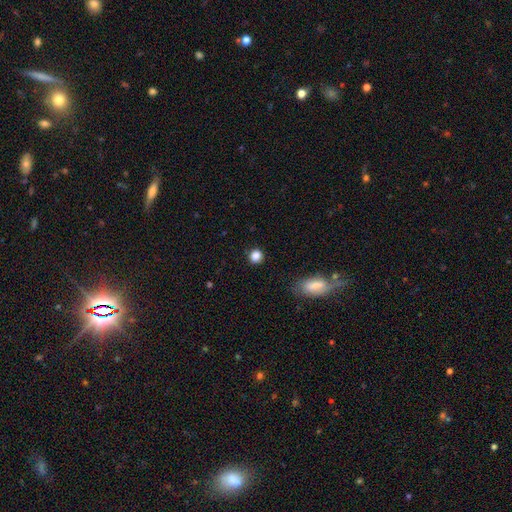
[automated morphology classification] The model was most divided on "smooth or featured": smooth: 85%, star or artifact: 11%, featured or disk: 4%. More confident: merging — none (89%); how rounded — round (87%).